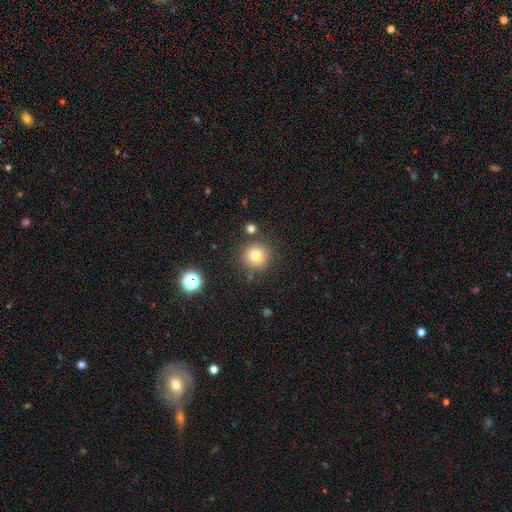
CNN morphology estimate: Overall: smooth (77%). How rounded: round (94%). Merging: none (81%).